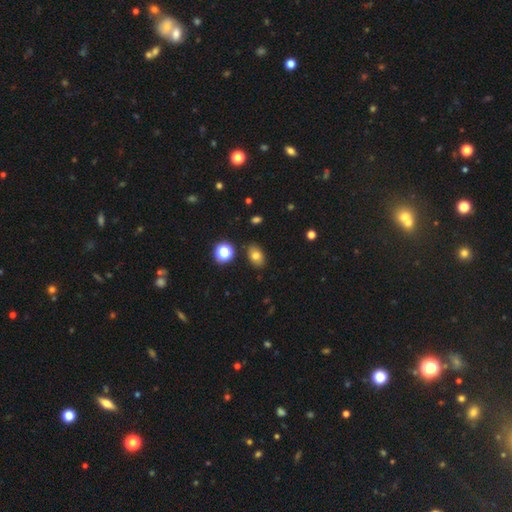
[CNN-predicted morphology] smooth-or-featured: smooth: 74% | star or artifact: 14% | featured or disk: 13%
  how-rounded: in between: 80% | round: 18% | cigar-shaped: 2%
  merging: none: 83% | minor disturbance: 11% | merger: 3% | major disturbance: 3%